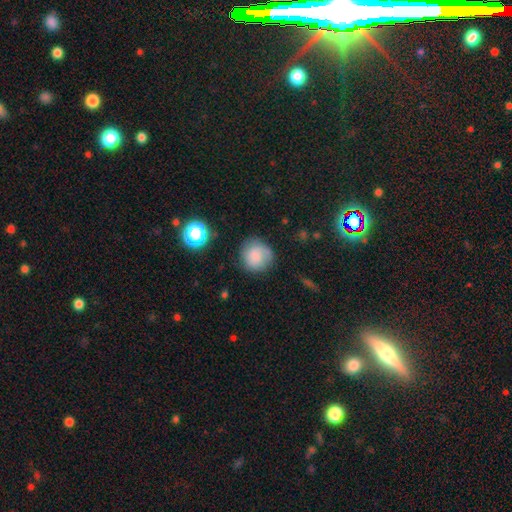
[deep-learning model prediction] Q: Smooth or featured?
A: smooth (77%); runner-up: featured or disk (13%)
Q: How rounded?
A: round (89%); runner-up: in between (10%)
Q: Merging?
A: none (73%); runner-up: minor disturbance (19%)